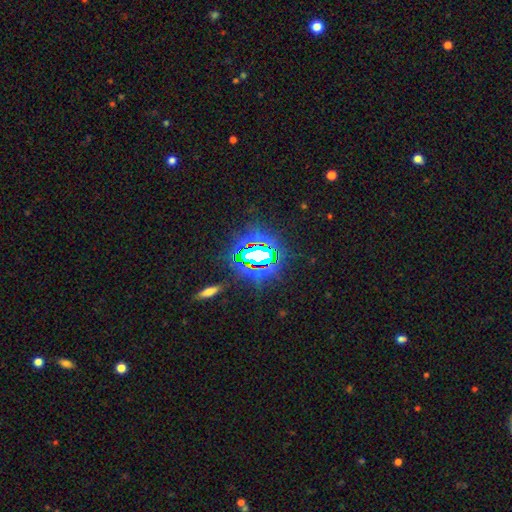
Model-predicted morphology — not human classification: Q: Smooth or featured?
A: star or artifact (77%); runner-up: smooth (13%)